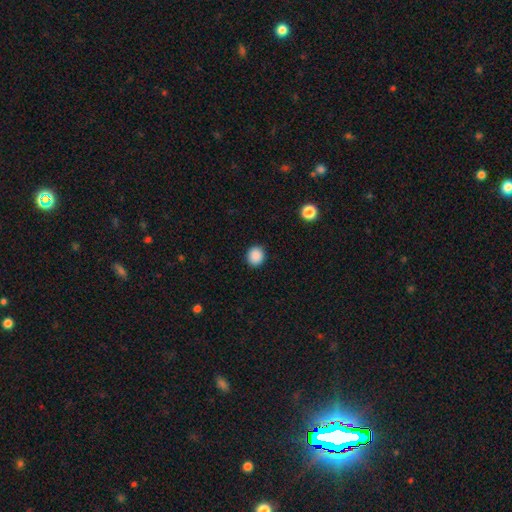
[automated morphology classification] Smooth or featured? Predicted: smooth (p=0.89). How rounded? Predicted: round (p=0.83). Merging? Predicted: none (p=0.91).